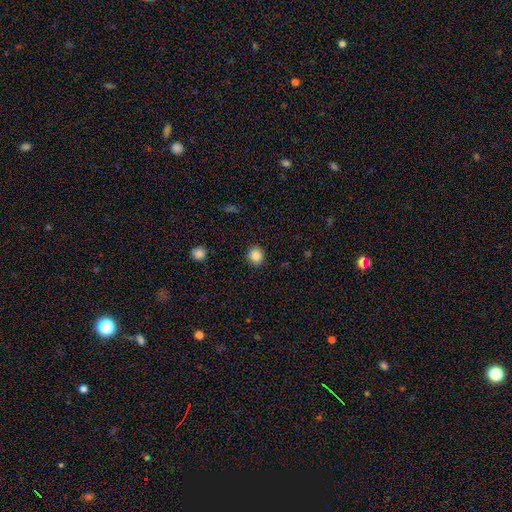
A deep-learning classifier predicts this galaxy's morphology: Smooth or featured? Predicted: smooth (p=0.86). How rounded? Predicted: round (p=0.86). Merging? Predicted: none (p=0.91).